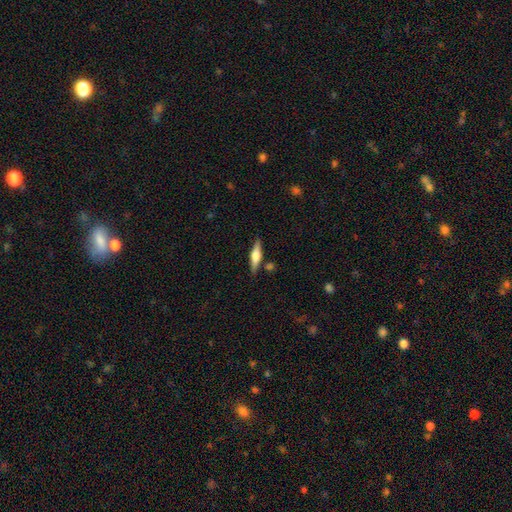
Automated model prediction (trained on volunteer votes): smooth_or_featured: featured or disk (p=0.60) [alt: smooth p=0.34]
disk_edge_on: yes (p=0.96) [alt: no p=0.04]
edge_on_bulge: rounded (p=0.87) [alt: boxy p=0.10]
merging: none (p=0.85) [alt: minor disturbance p=0.09]